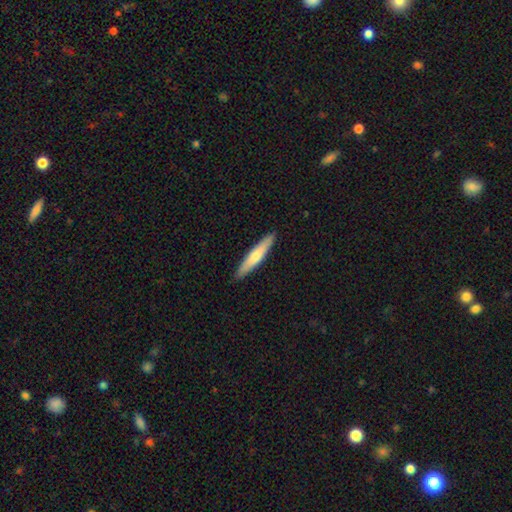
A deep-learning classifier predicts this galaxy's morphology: Smooth or featured: smooth — 63% (featured or disk — 33%)
How rounded: cigar-shaped — 90% (in between — 9%)
Merging: none — 91% (minor disturbance — 7%)